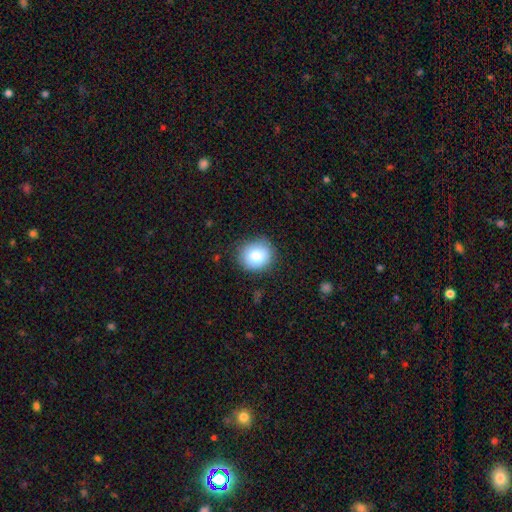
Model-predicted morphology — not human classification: The model was most divided on "how rounded": round: 76%, in between: 23%, cigar-shaped: 1%. More confident: merging — none (83%); smooth or featured — smooth (81%).